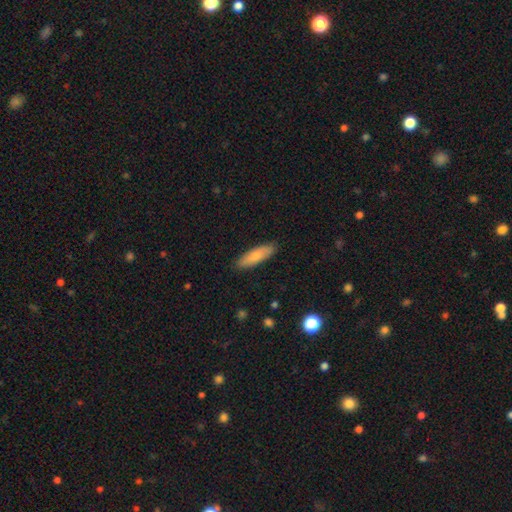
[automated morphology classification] Smooth or featured?
  - smooth: 81% *
  - featured or disk: 14%
  - star or artifact: 6%
How rounded?
  - cigar-shaped: 56% *
  - in between: 42%
  - round: 2%
Merging?
  - none: 89% *
  - minor disturbance: 9%
  - major disturbance: 2%
  - merger: 1%